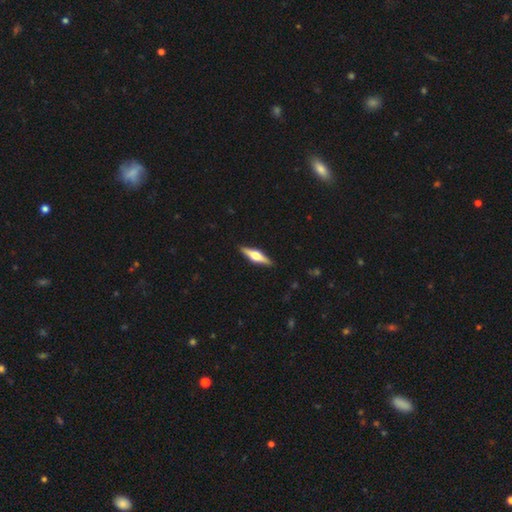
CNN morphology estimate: This appears to be a featured or disk galaxy (71%) viewed edge-on (97%) with a rounded central bulge (94%). Merging: none (91%).